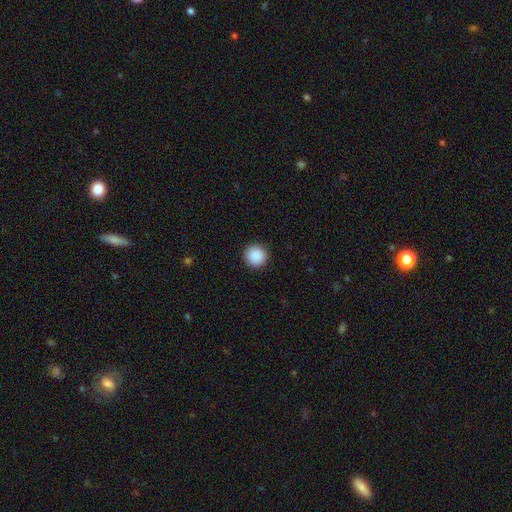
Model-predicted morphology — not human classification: smooth 90%, star or artifact 8%, featured or disk 2%. Down the decision tree: how rounded — round (96%); merging — none (93%).